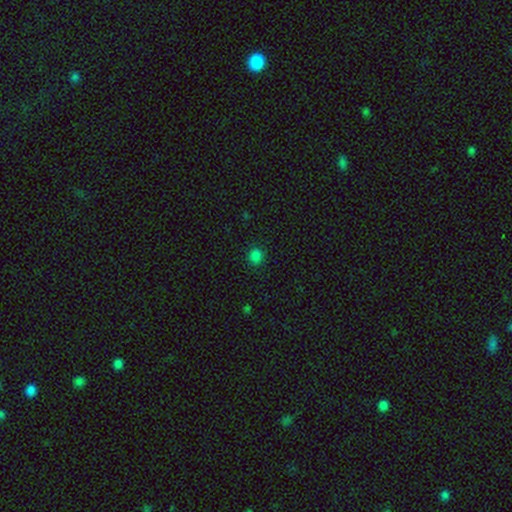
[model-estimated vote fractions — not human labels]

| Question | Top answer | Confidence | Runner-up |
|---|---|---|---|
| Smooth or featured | smooth | 82% | star or artifact (15%) |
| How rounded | round | 88% | in between (11%) |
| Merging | none | 91% | minor disturbance (6%) |